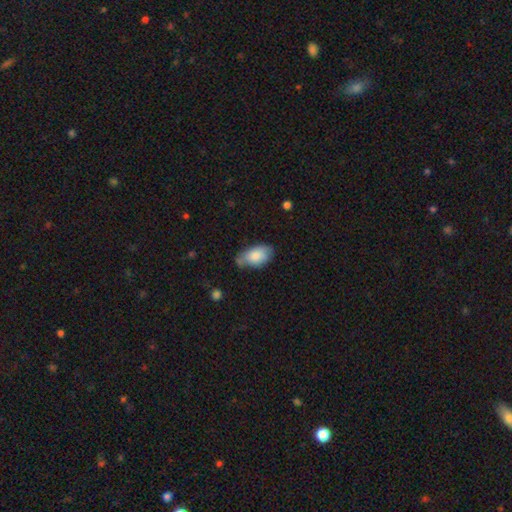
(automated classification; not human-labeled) This is clearly a smooth galaxy (82%). How rounded: clearly in between (93%). Merging: possibly none (55%).